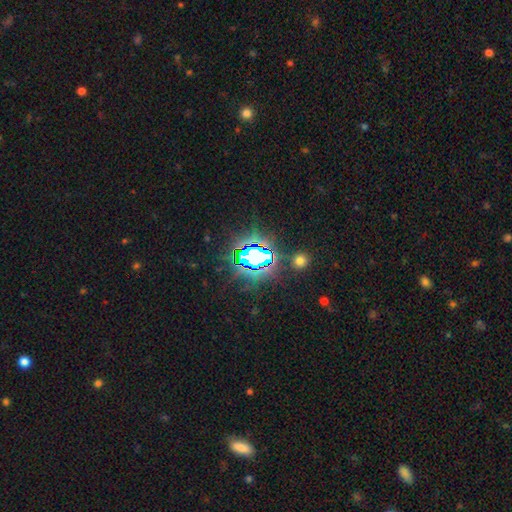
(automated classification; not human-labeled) star or artifact 80%, smooth 13%, featured or disk 7%.